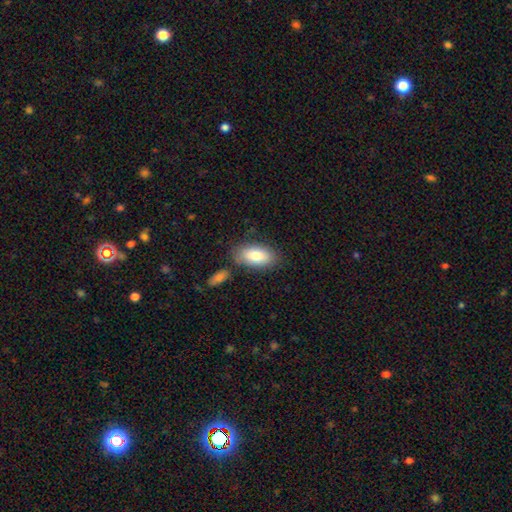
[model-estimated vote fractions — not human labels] smooth_or_featured: smooth (p=0.81) [alt: featured or disk p=0.13]
how_rounded: in between (p=0.92) [alt: cigar-shaped p=0.04]
merging: none (p=0.75) [alt: minor disturbance p=0.14]